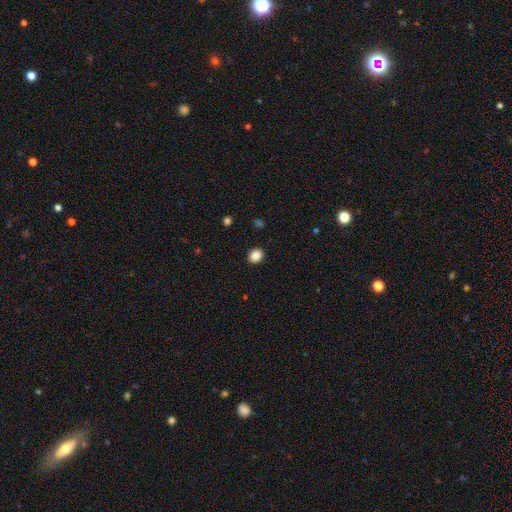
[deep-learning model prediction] A smooth galaxy with no disk features (87%) that is round (60%).

Vote fractions:
- Smooth or featured? smooth: 87% / star or artifact: 10% / featured or disk: 3%
- How rounded? round: 60% / in between: 39% / cigar-shaped: 1%
- Merging? none: 90% / minor disturbance: 6% / major disturbance: 2% / merger: 1%